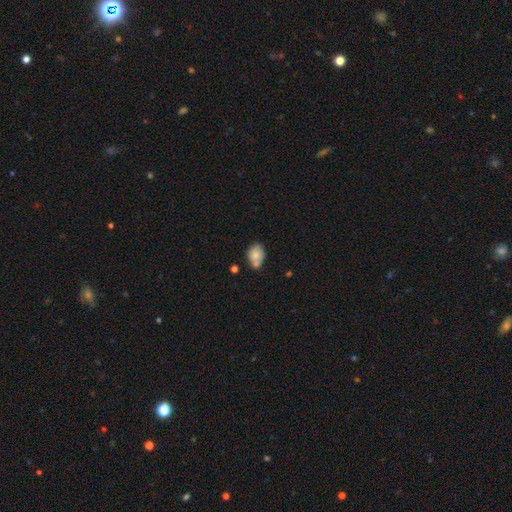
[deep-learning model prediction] A smooth galaxy with no disk features (77%) that is in between round and cigar-shaped (71%). Merging: none (46%).